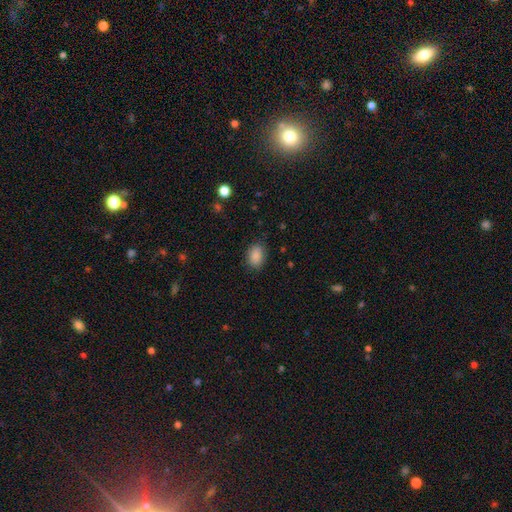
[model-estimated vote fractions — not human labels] Q: Smooth or featured?
A: smooth (88%); runner-up: star or artifact (8%)
Q: How rounded?
A: in between (78%); runner-up: round (21%)
Q: Merging?
A: none (83%); runner-up: minor disturbance (13%)